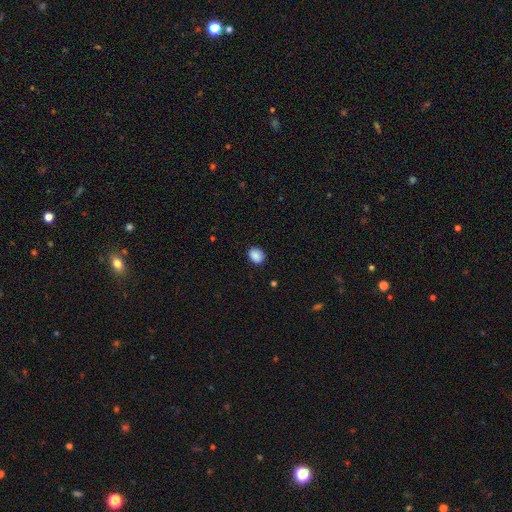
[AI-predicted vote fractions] smooth_or_featured: smooth (p=0.89) [alt: star or artifact p=0.08]
how_rounded: round (p=0.53) [alt: in between p=0.46]
merging: none (p=0.86) [alt: minor disturbance p=0.11]